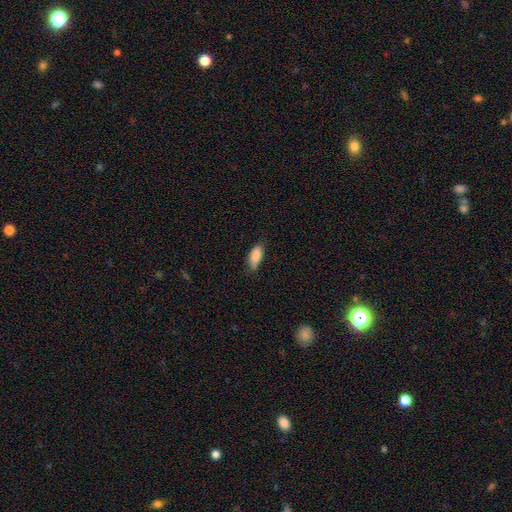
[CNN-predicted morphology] A smooth galaxy with no disk features (87%) that is in between round and cigar-shaped (84%). Merging: none (70%).